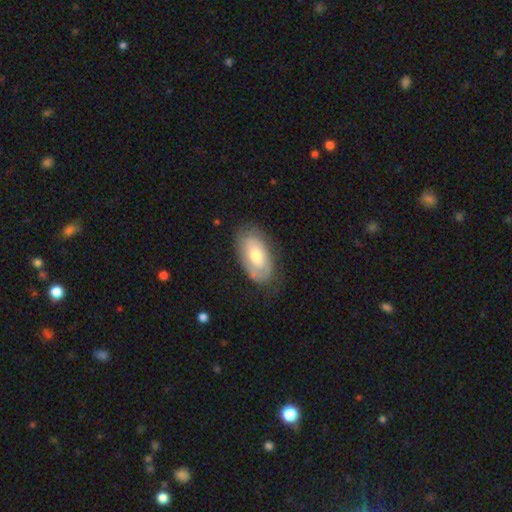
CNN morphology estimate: A smooth galaxy with no disk features (50%) that is in between round and cigar-shaped (94%).

Vote fractions:
- Smooth or featured? smooth: 50% / featured or disk: 44% / star or artifact: 6%
- How rounded? in between: 94% / round: 4% / cigar-shaped: 2%
- Merging? none: 72% / minor disturbance: 20% / major disturbance: 6% / merger: 1%